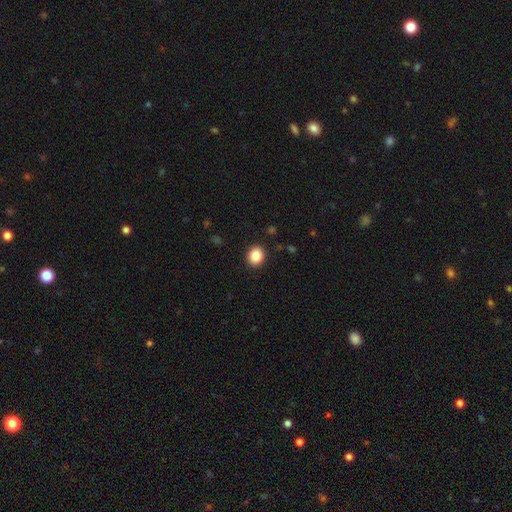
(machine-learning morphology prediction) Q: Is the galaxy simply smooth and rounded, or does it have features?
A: smooth — 87%.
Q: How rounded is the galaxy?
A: round — 68%.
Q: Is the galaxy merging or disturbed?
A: none — 91%.